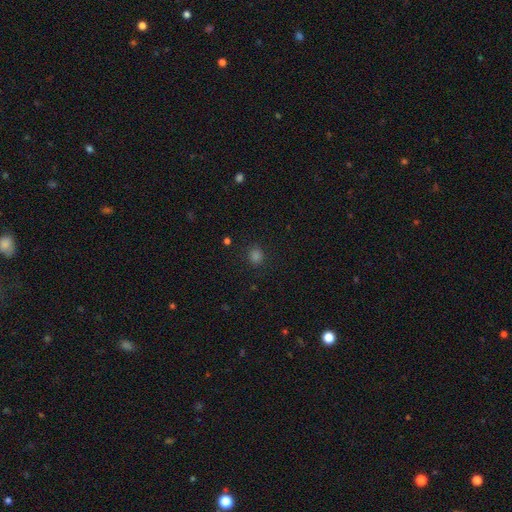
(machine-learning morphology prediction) The model was most divided on "smooth or featured": smooth: 77%, star or artifact: 19%, featured or disk: 4%. More confident: merging — none (89%); how rounded — round (87%).